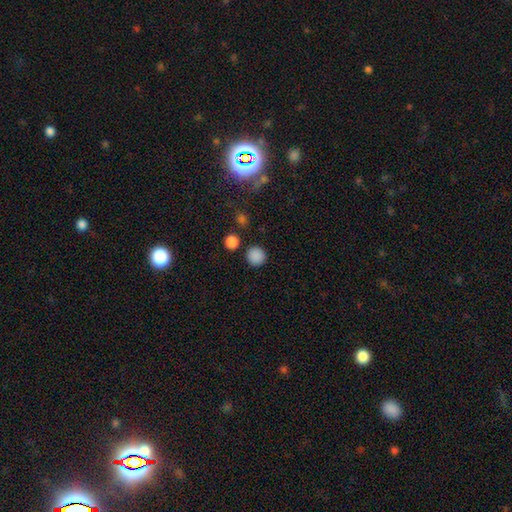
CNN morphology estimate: smooth-or-featured: smooth: 86% | star or artifact: 11% | featured or disk: 3%
  how-rounded: round: 93% | in between: 6% | cigar-shaped: 1%
  merging: none: 87% | minor disturbance: 6% | merger: 4% | major disturbance: 3%